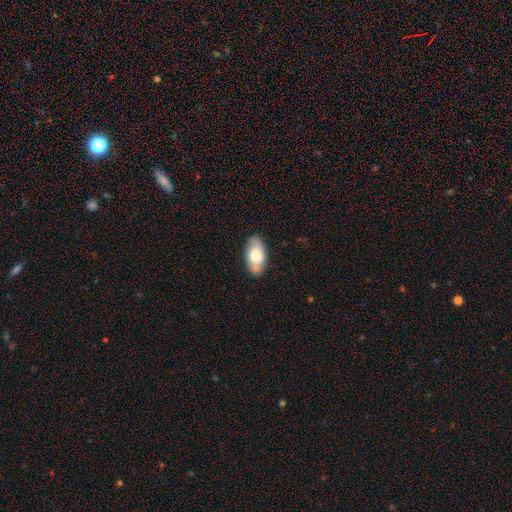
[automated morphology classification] smooth_or_featured: smooth (p=0.70) [alt: featured or disk p=0.23]
how_rounded: in between (p=0.93) [alt: cigar-shaped p=0.03]
merging: none (p=0.73) [alt: minor disturbance p=0.18]